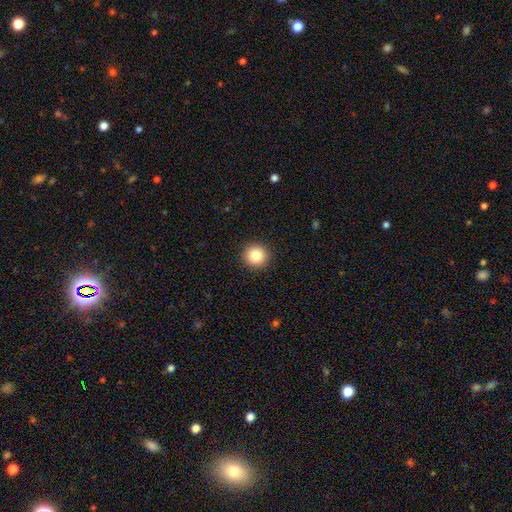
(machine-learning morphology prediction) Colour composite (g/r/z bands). It shows a smooth galaxy with no disk features (84%) that is round (94%). Merging: none (93%).